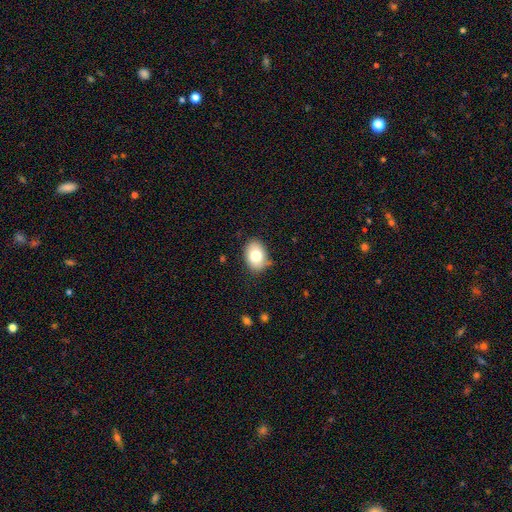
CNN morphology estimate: The model was most divided on "how rounded": in between: 72%, round: 27%, cigar-shaped: 1%. More confident: merging — none (78%); smooth or featured — smooth (78%).